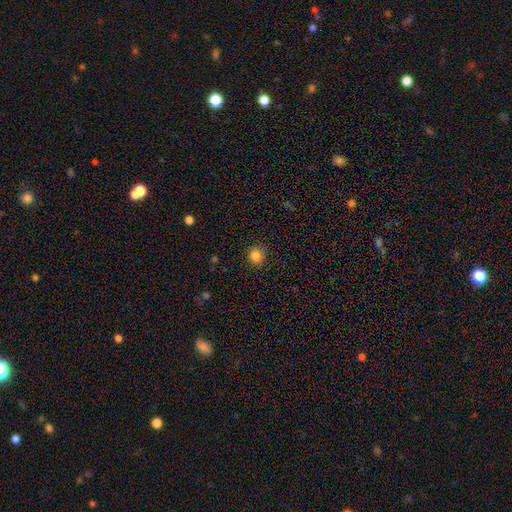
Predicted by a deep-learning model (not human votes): This is clearly a smooth galaxy (84%). How rounded: clearly round (83%). Merging: clearly none (87%).